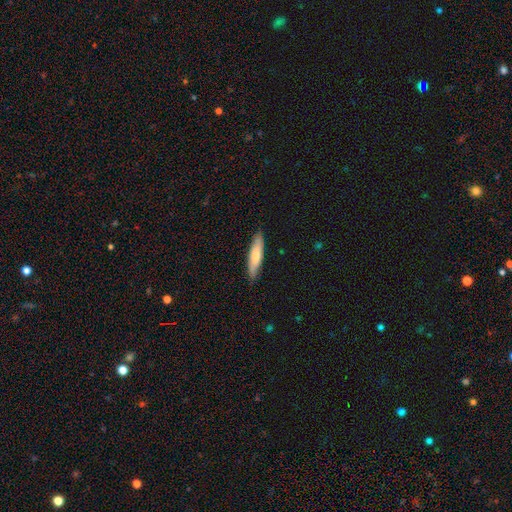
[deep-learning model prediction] This is likely a smooth galaxy (69%). How rounded: likely cigar-shaped (76%). Merging: clearly none (87%).